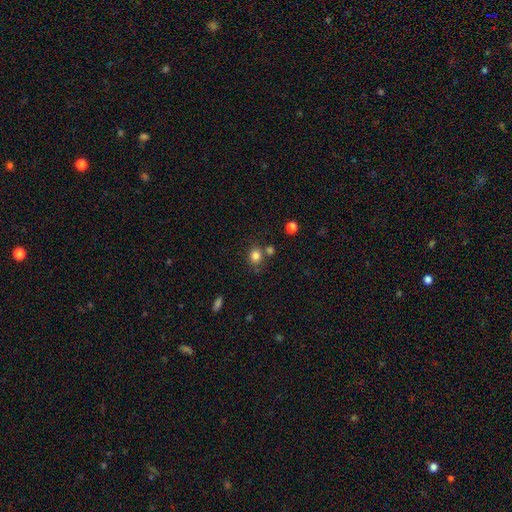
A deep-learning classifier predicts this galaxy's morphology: type=smooth (82%); roundness=round (78%); merging=none (69%).